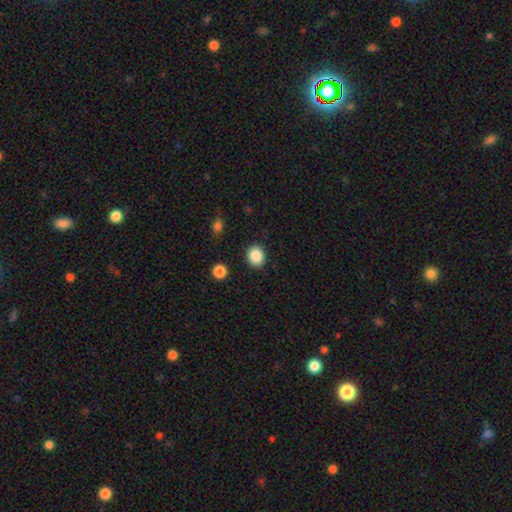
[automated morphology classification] Smooth or featured? Predicted: smooth (p=0.87). How rounded? Predicted: round (p=0.69). Merging? Predicted: none (p=0.90).